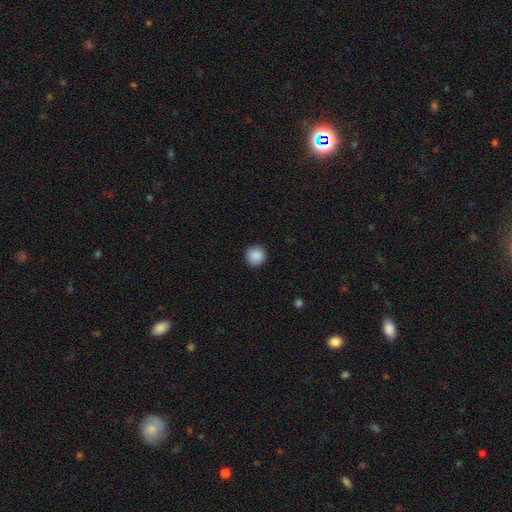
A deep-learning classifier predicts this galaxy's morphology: Smooth or featured?
  - smooth: 89% *
  - star or artifact: 8%
  - featured or disk: 3%
How rounded?
  - round: 94% *
  - in between: 5%
  - cigar-shaped: 1%
Merging?
  - none: 92% *
  - minor disturbance: 6%
  - major disturbance: 2%
  - merger: 1%